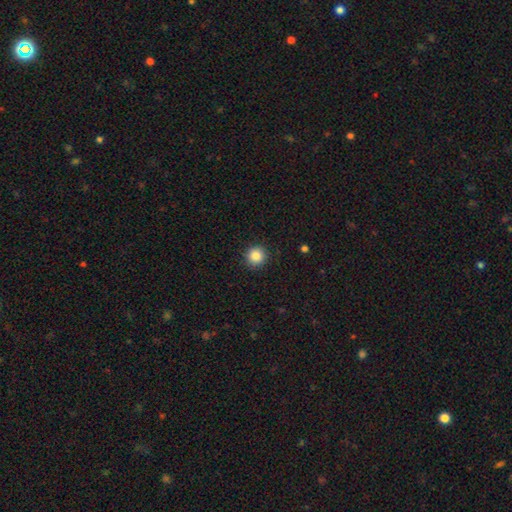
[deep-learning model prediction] This is clearly a smooth galaxy (85%). How rounded: clearly round (93%). Merging: clearly none (91%).